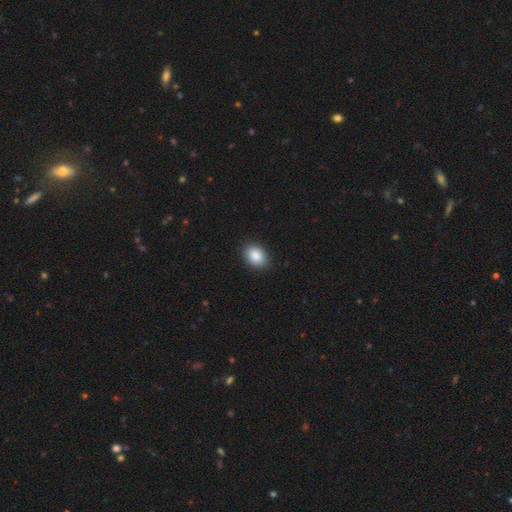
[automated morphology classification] Smooth or featured?
  - smooth: 88% *
  - star or artifact: 8%
  - featured or disk: 4%
How rounded?
  - in between: 66% *
  - round: 33%
  - cigar-shaped: 1%
Merging?
  - none: 89% *
  - minor disturbance: 8%
  - major disturbance: 2%
  - merger: 1%